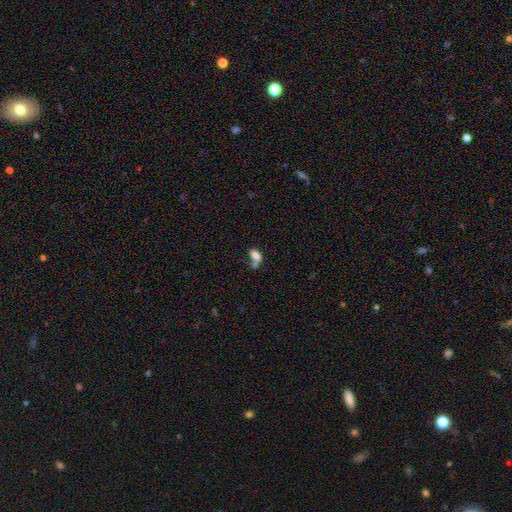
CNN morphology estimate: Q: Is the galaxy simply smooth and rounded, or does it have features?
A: smooth — 80%.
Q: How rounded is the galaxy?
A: in between — 87%.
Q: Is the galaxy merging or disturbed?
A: merger — 46%.